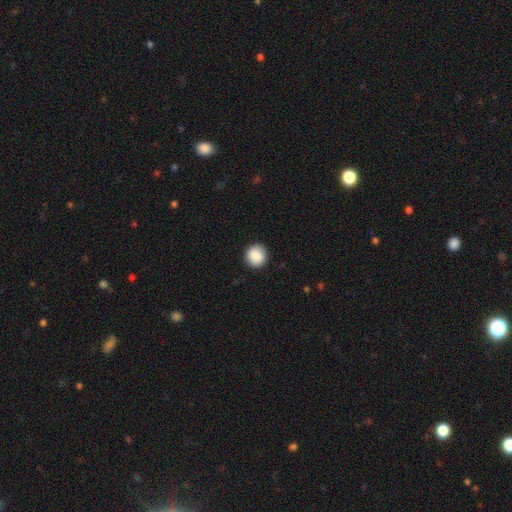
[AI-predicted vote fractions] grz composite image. It shows a smooth galaxy with no disk features (89%) that is round (90%). Merging: none (91%).